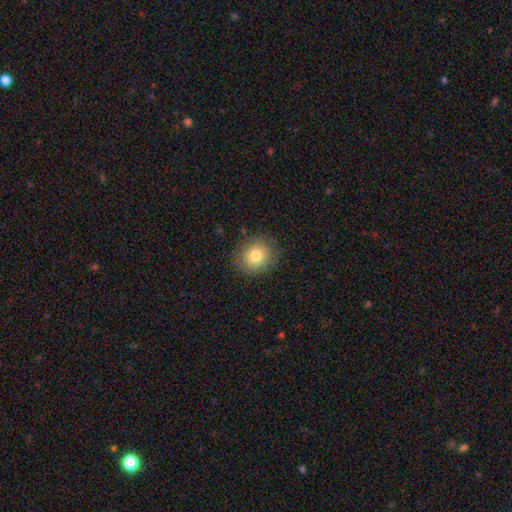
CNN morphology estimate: A smooth galaxy with no disk features (78%) that is round (75%). Merging: none (85%).